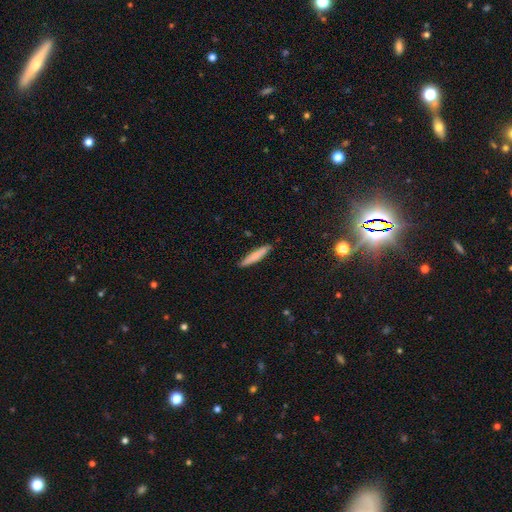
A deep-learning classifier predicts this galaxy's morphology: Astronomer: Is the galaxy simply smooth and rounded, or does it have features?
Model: smooth — 75%.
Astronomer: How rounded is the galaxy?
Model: cigar-shaped — 92%.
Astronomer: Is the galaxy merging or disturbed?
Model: none — 88%.